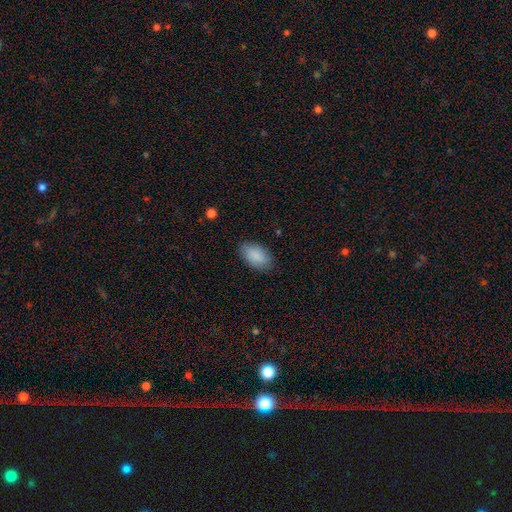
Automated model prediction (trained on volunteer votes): Smooth or featured? Predicted: smooth (p=0.89). How rounded? Predicted: in between (p=0.94). Merging? Predicted: none (p=0.84).